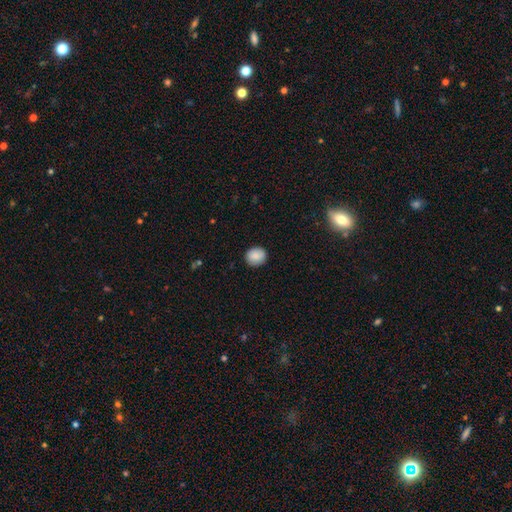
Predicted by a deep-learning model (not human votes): A smooth galaxy with no disk features (87%) that is round (80%).

Vote fractions:
- Smooth or featured? smooth: 87% / star or artifact: 8% / featured or disk: 6%
- How rounded? round: 80% / in between: 19% / cigar-shaped: 1%
- Merging? none: 88% / minor disturbance: 9% / major disturbance: 2% / merger: 1%